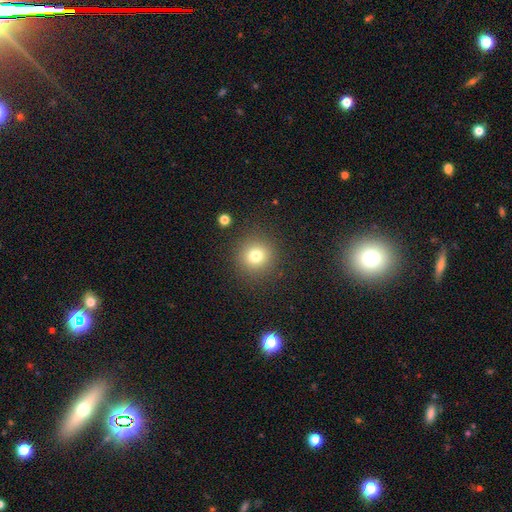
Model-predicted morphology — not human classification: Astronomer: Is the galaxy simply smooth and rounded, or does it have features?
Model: smooth — 77%.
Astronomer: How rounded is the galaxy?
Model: round — 93%.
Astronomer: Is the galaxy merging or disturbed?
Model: none — 88%.